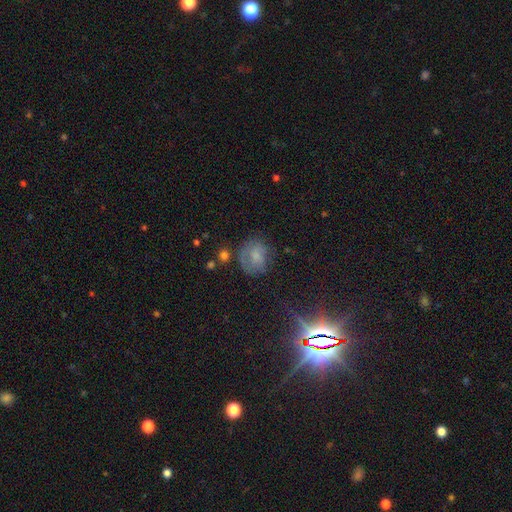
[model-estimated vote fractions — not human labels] Smooth or featured? Predicted: smooth (p=0.58). How rounded? Predicted: round (p=0.64). Merging? Predicted: none (p=0.59).